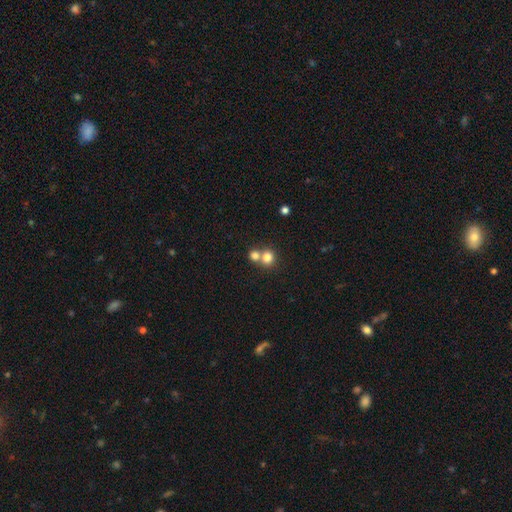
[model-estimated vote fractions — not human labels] smooth 78%, star or artifact 12%, featured or disk 10%. Down the decision tree: how rounded — round (85%); merging — merger (51%).